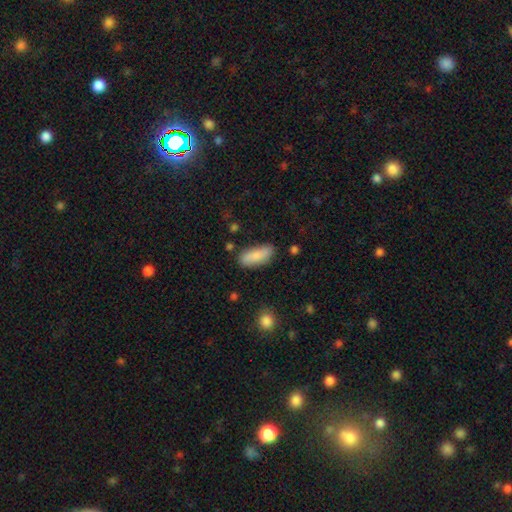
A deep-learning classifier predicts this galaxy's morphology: The model was most divided on "how rounded": in between: 74%, cigar-shaped: 24%, round: 2%. More confident: smooth or featured — smooth (83%); merging — none (78%).